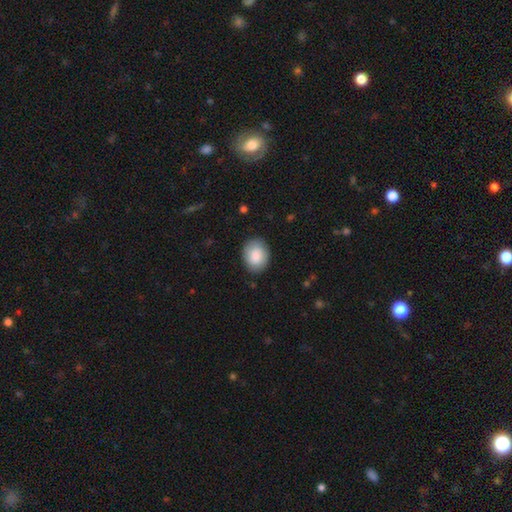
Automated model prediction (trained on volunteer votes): smooth 86%, featured or disk 8%, star or artifact 6%. Down the decision tree: how rounded — in between (64%); merging — none (86%).